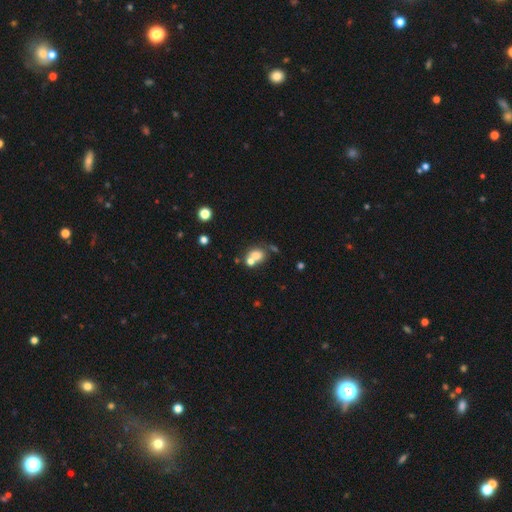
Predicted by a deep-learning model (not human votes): This is likely a smooth galaxy (69%). How rounded: likely round (63%). Merging: possibly merger (51%).